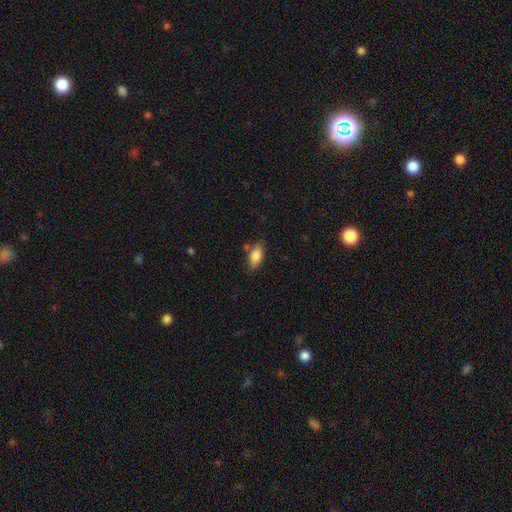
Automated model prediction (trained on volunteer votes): A smooth galaxy with no disk features (83%) that is in between round and cigar-shaped (88%). Merging: none (76%).